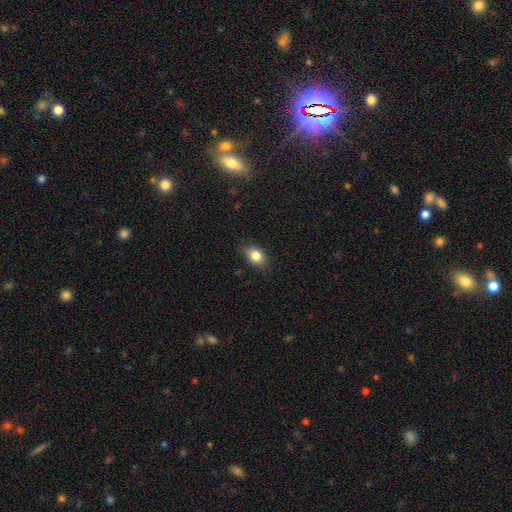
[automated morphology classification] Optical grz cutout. It shows a smooth galaxy with no disk features (82%) that is in between round and cigar-shaped (75%). Merging: none (79%).